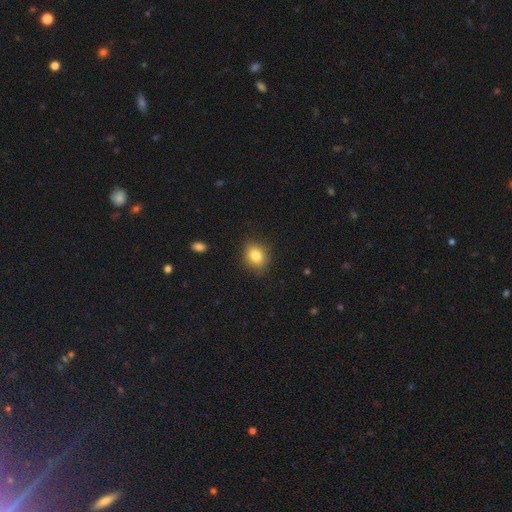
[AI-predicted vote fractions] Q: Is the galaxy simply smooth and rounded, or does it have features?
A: smooth — 81%.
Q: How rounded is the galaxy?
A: round — 56%.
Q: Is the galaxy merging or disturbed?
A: none — 85%.